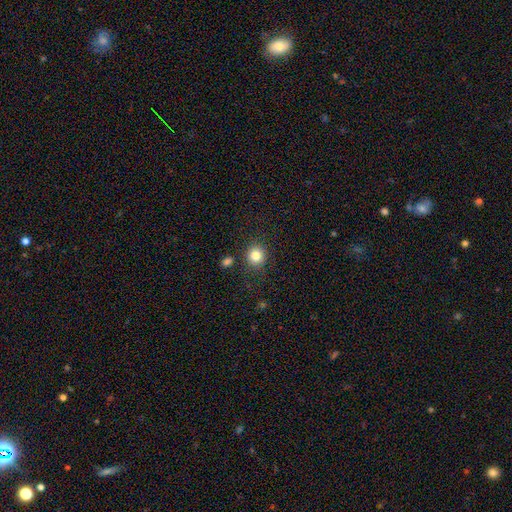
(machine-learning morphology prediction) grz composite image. It shows a smooth galaxy with no disk features (83%) that is round (87%). Merging: none (86%).